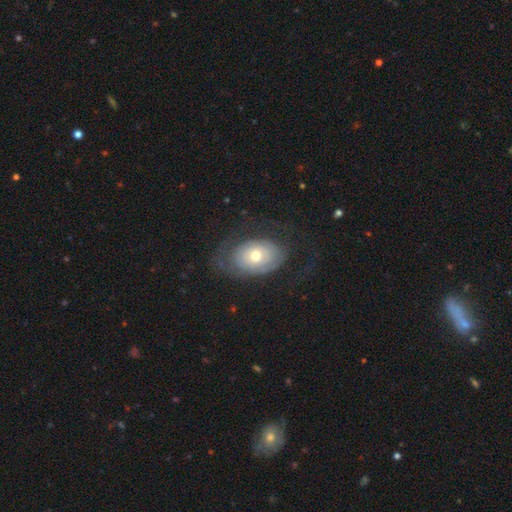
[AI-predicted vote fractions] The model was most divided on "spiral arms": yes: 57%, no: 43%. More confident: edge-on disk — no (93%); bar — no (86%); bulge size — moderate (62%); merging — none (60%); smooth or featured — featured or disk (57%).